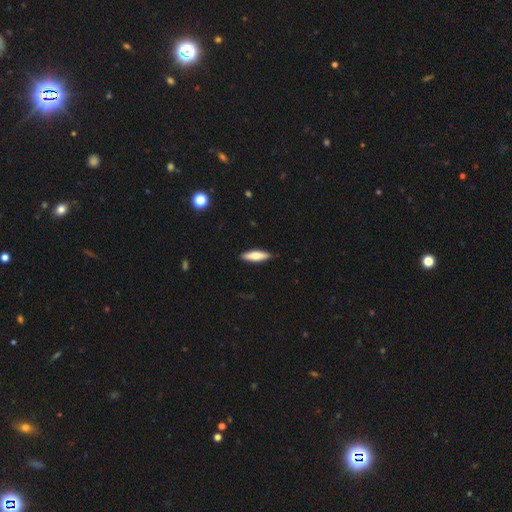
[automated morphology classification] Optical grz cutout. It shows a smooth galaxy with no disk features (66%) that is cigar-shaped (63%). Merging: none (89%).